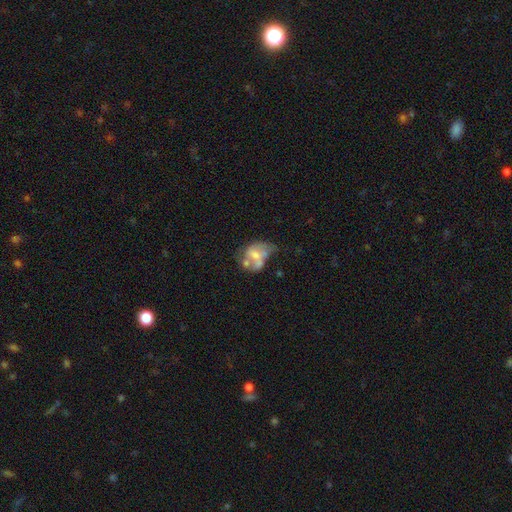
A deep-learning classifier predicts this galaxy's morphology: The model was most divided on "smooth or featured": featured or disk: 50%, smooth: 41%, star or artifact: 10%. Remaining: merging — merger (35%).